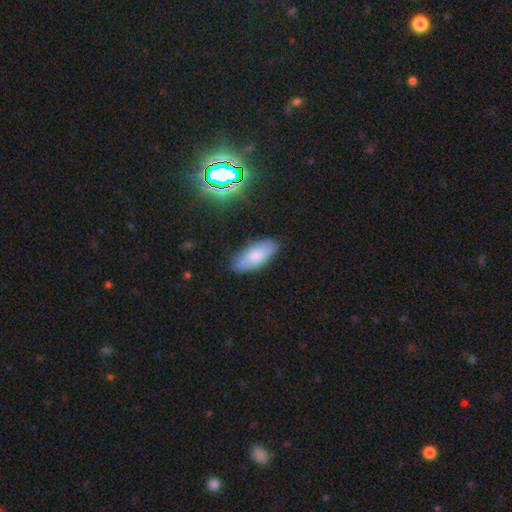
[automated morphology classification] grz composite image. It shows a smooth galaxy with no disk features (73%) that is in between round and cigar-shaped (85%). Merging: none (83%).